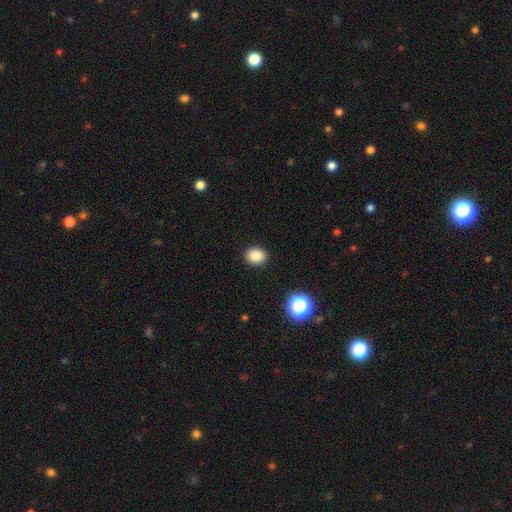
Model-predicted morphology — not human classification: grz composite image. It shows a smooth galaxy with no disk features (85%) that is round (56%). Merging: none (91%).